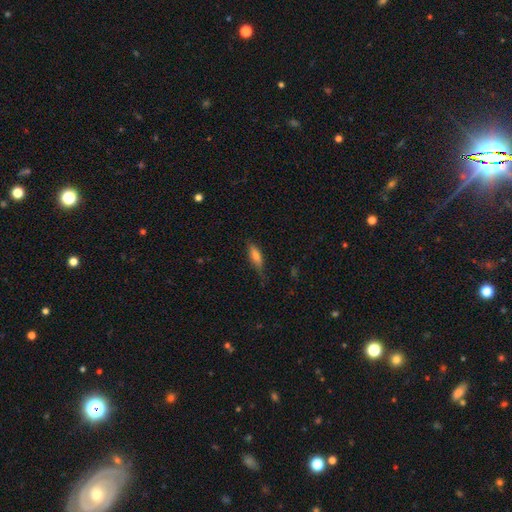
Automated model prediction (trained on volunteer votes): A smooth galaxy with no disk features (70%) that is cigar-shaped (51%). Merging: none (64%).